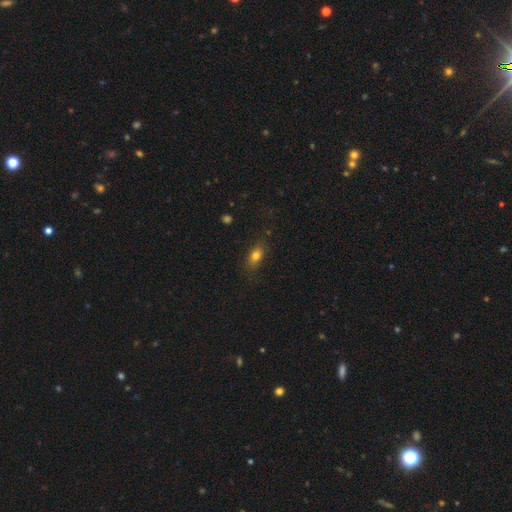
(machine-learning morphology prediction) smooth_or_featured: smooth (p=0.79) [alt: featured or disk p=0.11]
how_rounded: in between (p=0.80) [alt: round p=0.13]
merging: none (p=0.80) [alt: minor disturbance p=0.15]